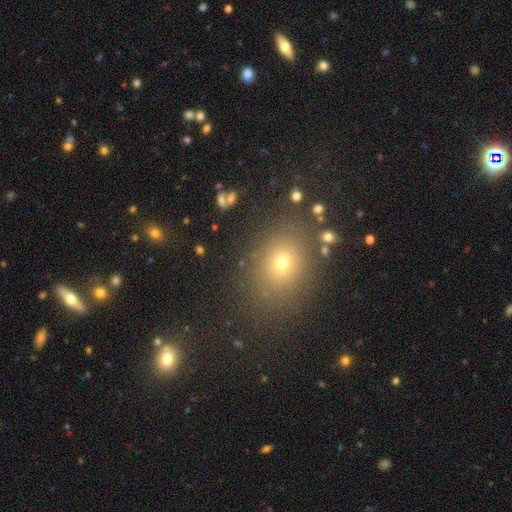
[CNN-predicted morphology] Smooth or featured? smooth (60%)
How rounded? round (52%)
Merging? none (85%)